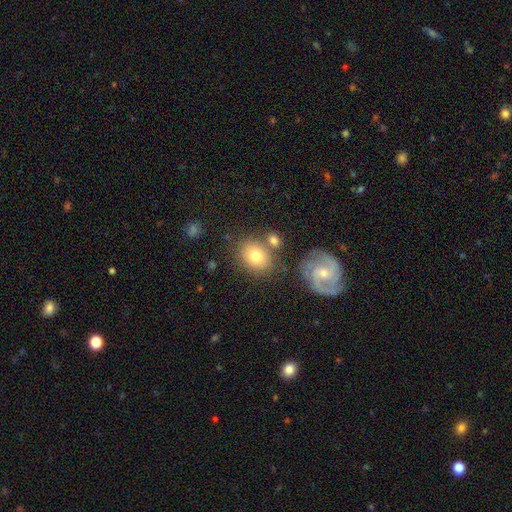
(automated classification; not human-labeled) Overall: smooth (72%). How rounded: round (51%; in between 48%). Merging: none (66%).